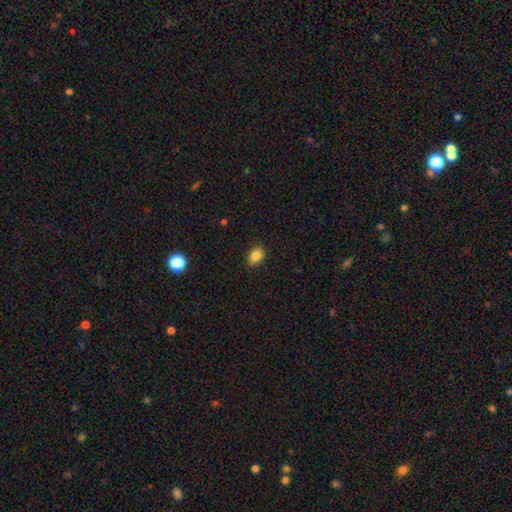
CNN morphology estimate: Smooth or featured? smooth (85%)
How rounded? in between (70%)
Merging? none (84%)